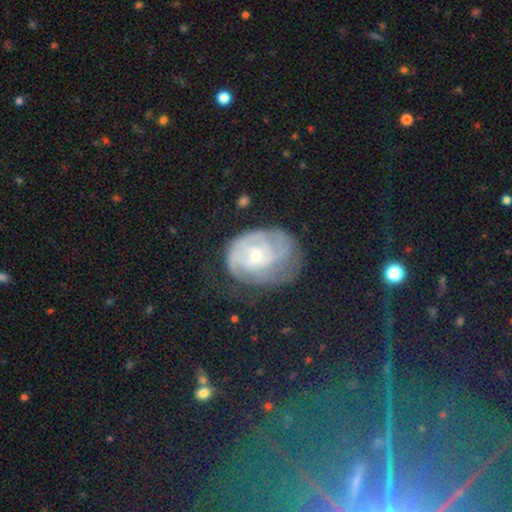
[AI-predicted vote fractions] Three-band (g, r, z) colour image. It shows a featured or disk galaxy (73%) with no bar (72%), tight (66%) spiral arms (88%) and a small central bulge (62%). Merging: none (49%).